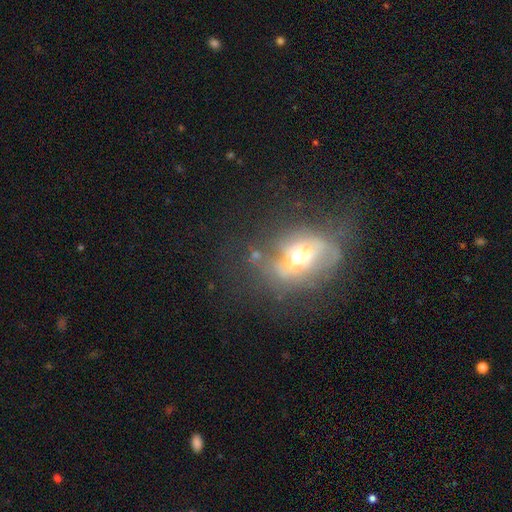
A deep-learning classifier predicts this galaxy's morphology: The model was most divided on "smooth or featured": featured or disk: 53%, smooth: 31%, star or artifact: 16%. More confident: edge-on disk — no (77%); merging — none (52%).